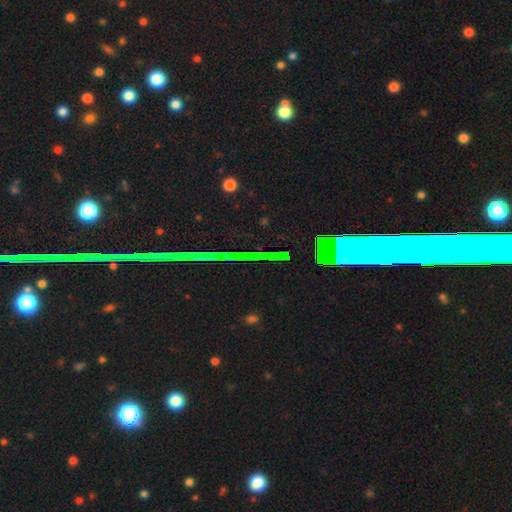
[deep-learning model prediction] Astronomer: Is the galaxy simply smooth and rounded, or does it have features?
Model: star or artifact — 68%.